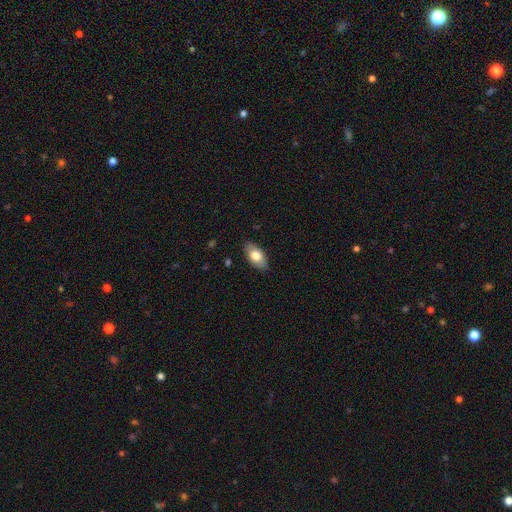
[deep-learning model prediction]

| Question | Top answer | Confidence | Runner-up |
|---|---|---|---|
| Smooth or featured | smooth | 74% | featured or disk (20%) |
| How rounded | in between | 93% | round (4%) |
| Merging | none | 85% | minor disturbance (12%) |